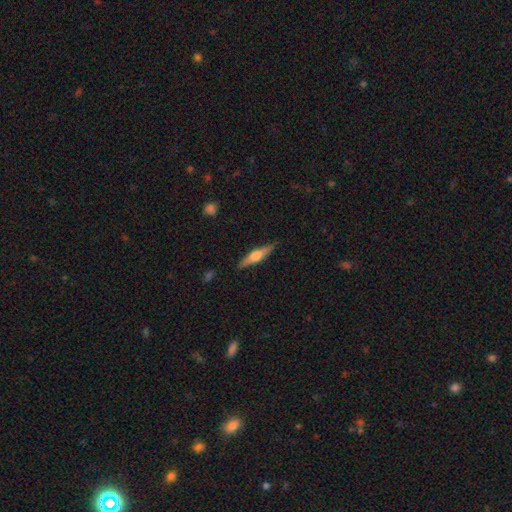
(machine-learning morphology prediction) featured or disk 60%, smooth 35%, star or artifact 6%. Down the decision tree: edge-on disk — yes (96%); edge-on bulge — rounded (88%); merging — none (88%).